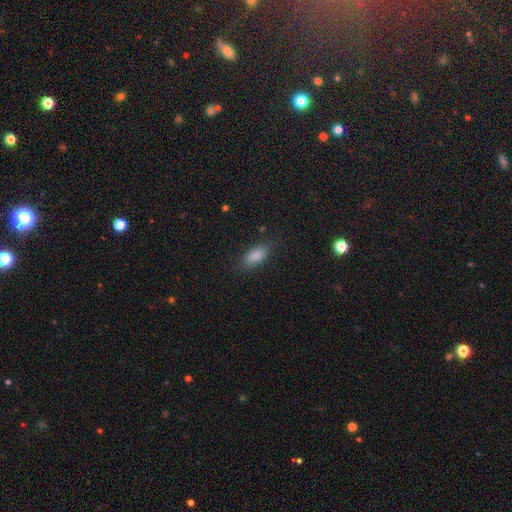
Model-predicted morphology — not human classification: type=smooth (86%); roundness=in between (86%); merging=none (80%).